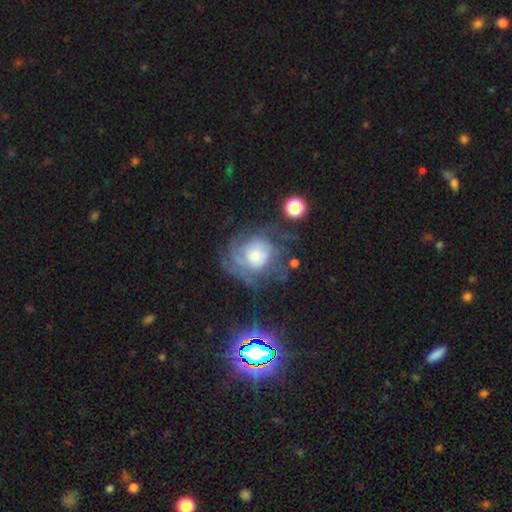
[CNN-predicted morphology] Smooth or featured: featured or disk — 62% (smooth — 27%)
Edge-on disk: no — 97% (yes — 3%)
Bar: no — 80% (weak — 17%)
Spiral arms: yes — 76% (no — 24%)
Bulge size: moderate — 39% (large — 30%)
Merging: none — 47% (major disturbance — 29%)